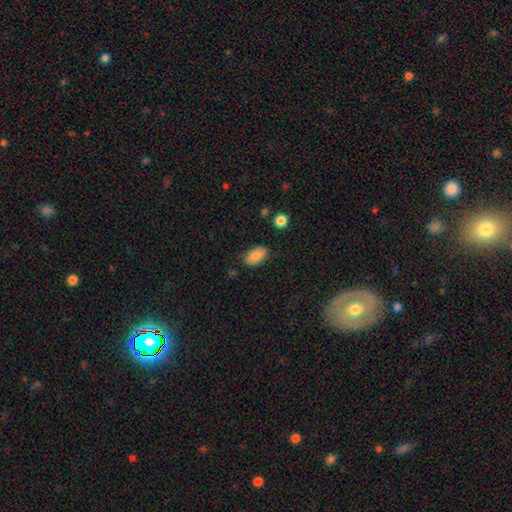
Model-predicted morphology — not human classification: This is clearly a smooth galaxy (84%). How rounded: clearly in between (92%). Merging: likely none (79%).